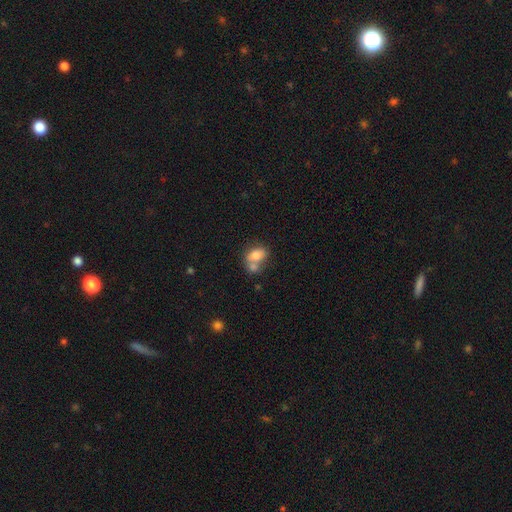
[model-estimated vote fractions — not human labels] The model was most divided on "merging": merger: 54%, none: 29%, minor disturbance: 11%, major disturbance: 5%. More confident: how rounded — in between (75%); smooth or featured — smooth (73%).